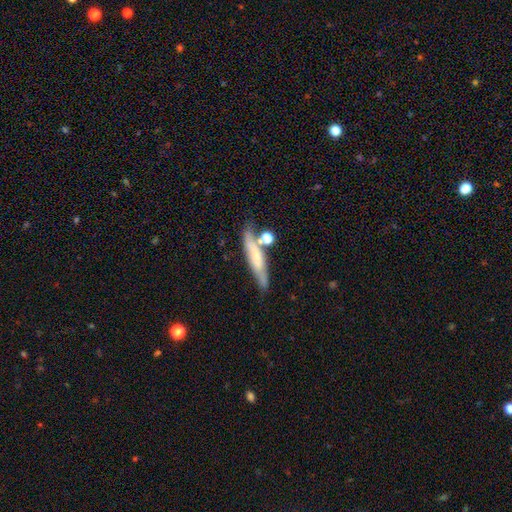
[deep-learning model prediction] Smooth or featured? smooth (47%)
Merging? none (54%)